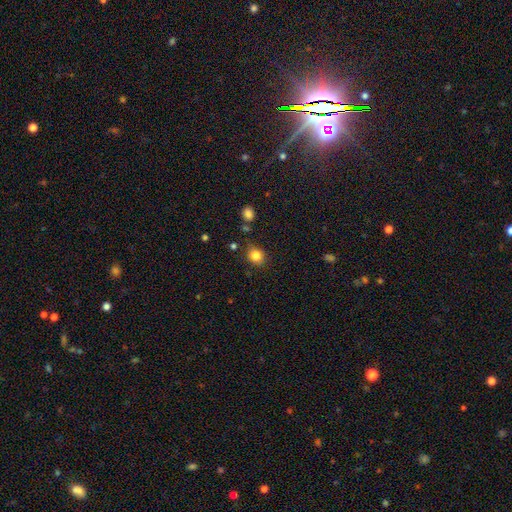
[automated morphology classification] Smooth or featured?
  - smooth: 83% *
  - star or artifact: 12%
  - featured or disk: 6%
How rounded?
  - round: 71% *
  - in between: 28%
  - cigar-shaped: 1%
Merging?
  - none: 79% *
  - minor disturbance: 14%
  - merger: 4%
  - major disturbance: 4%